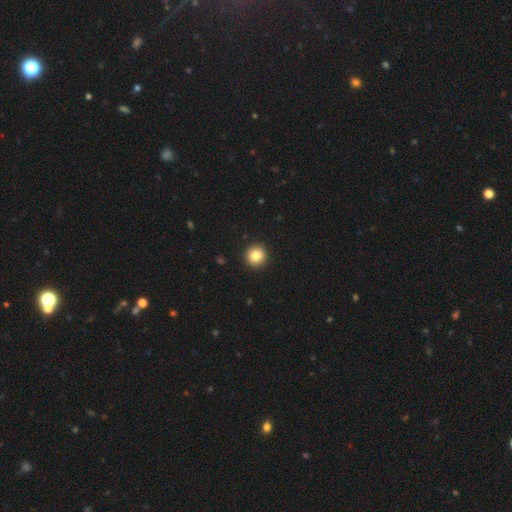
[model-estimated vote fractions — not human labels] A smooth galaxy with no disk features (84%) that is round (94%).

Vote fractions:
- Smooth or featured? smooth: 84% / star or artifact: 10% / featured or disk: 7%
- How rounded? round: 94% / in between: 5% / cigar-shaped: 1%
- Merging? none: 93% / minor disturbance: 4% / major disturbance: 1% / merger: 1%